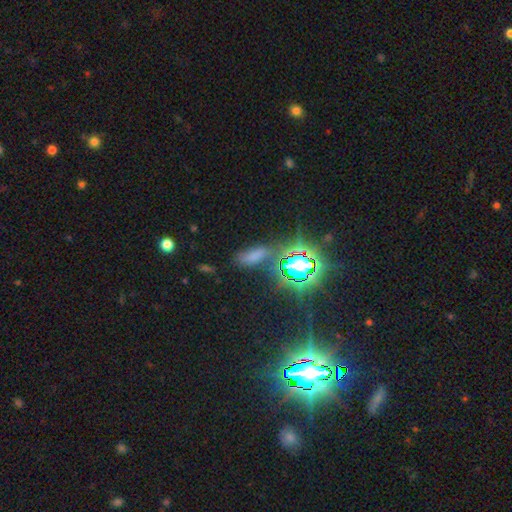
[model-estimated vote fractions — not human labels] Smooth or featured: smooth — 49% (star or artifact — 39%)
Merging: none — 65% (minor disturbance — 18%)